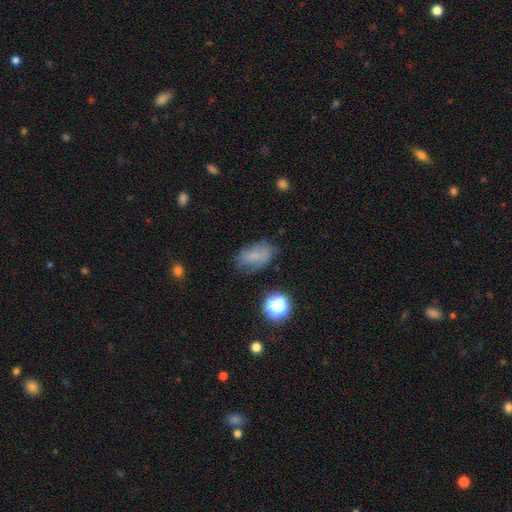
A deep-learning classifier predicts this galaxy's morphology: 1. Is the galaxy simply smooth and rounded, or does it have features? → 64% smooth, 21% featured or disk, 15% star or artifact.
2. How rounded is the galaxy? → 87% in between, 11% round, 3% cigar-shaped.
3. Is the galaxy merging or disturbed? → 63% none, 25% minor disturbance, 10% major disturbance, 2% merger.